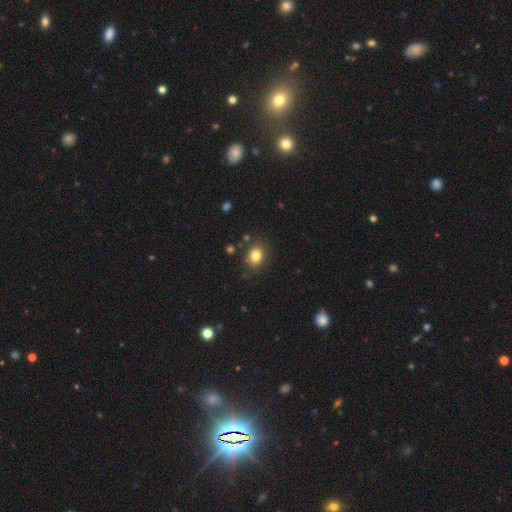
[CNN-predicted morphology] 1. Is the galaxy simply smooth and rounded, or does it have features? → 81% smooth, 11% star or artifact, 8% featured or disk.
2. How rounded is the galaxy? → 53% round, 46% in between, 1% cigar-shaped.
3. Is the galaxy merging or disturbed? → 81% none, 12% minor disturbance, 4% major disturbance, 3% merger.